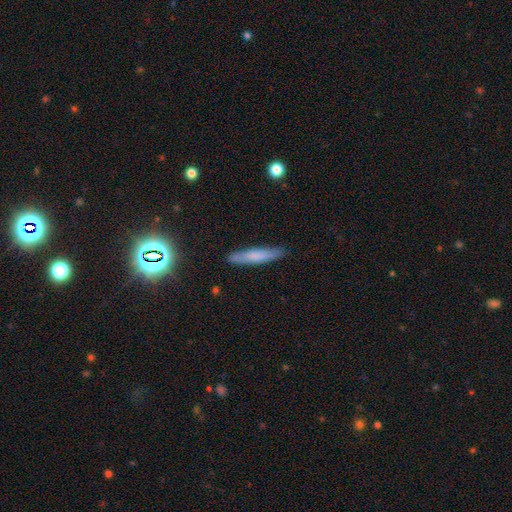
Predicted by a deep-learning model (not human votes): Smooth or featured?
  - smooth: 68% *
  - featured or disk: 23%
  - star or artifact: 9%
How rounded?
  - cigar-shaped: 91% *
  - in between: 8%
  - round: 2%
Merging?
  - none: 88% *
  - minor disturbance: 9%
  - major disturbance: 2%
  - merger: 1%